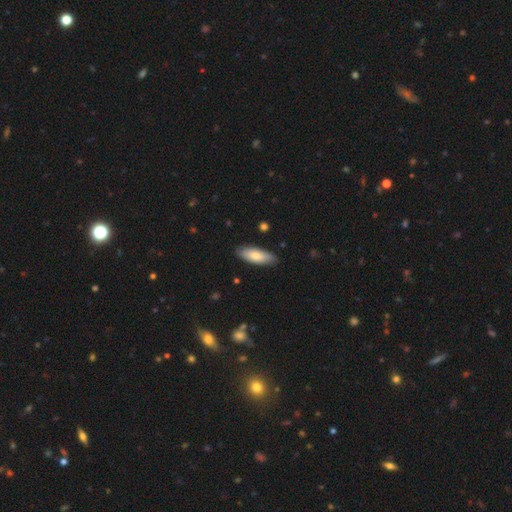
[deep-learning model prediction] Smooth or featured?
  - smooth: 77% *
  - featured or disk: 18%
  - star or artifact: 5%
How rounded?
  - in between: 68% *
  - cigar-shaped: 30%
  - round: 2%
Merging?
  - none: 85% *
  - minor disturbance: 12%
  - major disturbance: 2%
  - merger: 1%